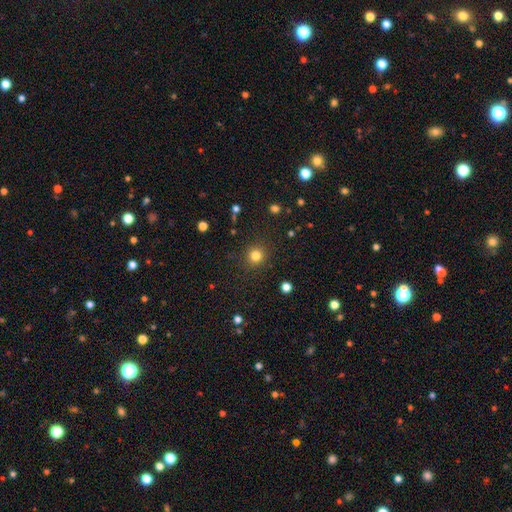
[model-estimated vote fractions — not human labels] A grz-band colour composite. It shows a smooth galaxy with no disk features (81%) that is round (92%). Merging: none (89%).